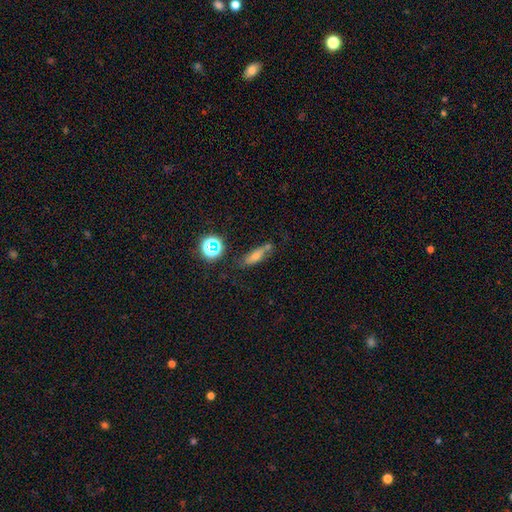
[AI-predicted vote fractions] Q: Smooth or featured?
A: smooth (48%); runner-up: featured or disk (27%)
Q: Merging?
A: none (65%); runner-up: minor disturbance (21%)